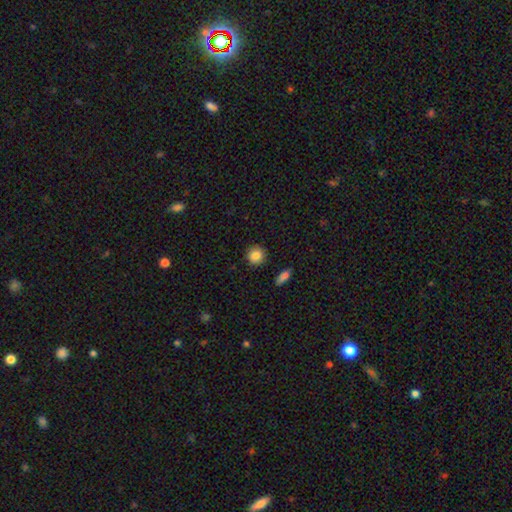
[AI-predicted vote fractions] smooth 86%, star or artifact 8%, featured or disk 6%. Down the decision tree: how rounded — round (90%); merging — none (91%).